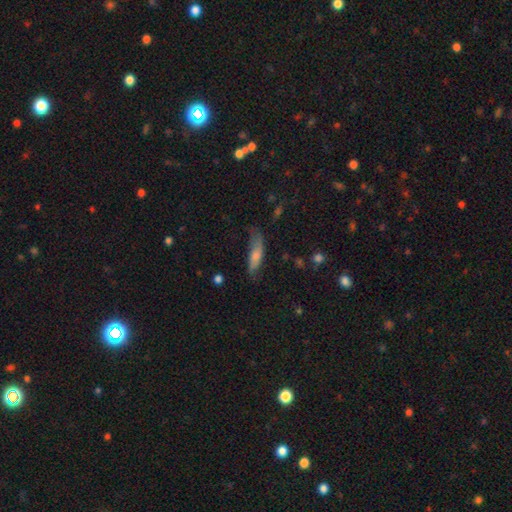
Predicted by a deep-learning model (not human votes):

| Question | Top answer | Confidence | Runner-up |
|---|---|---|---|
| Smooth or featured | smooth | 66% | featured or disk (27%) |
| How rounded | cigar-shaped | 60% | in between (38%) |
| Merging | none | 50% | minor disturbance (33%) |